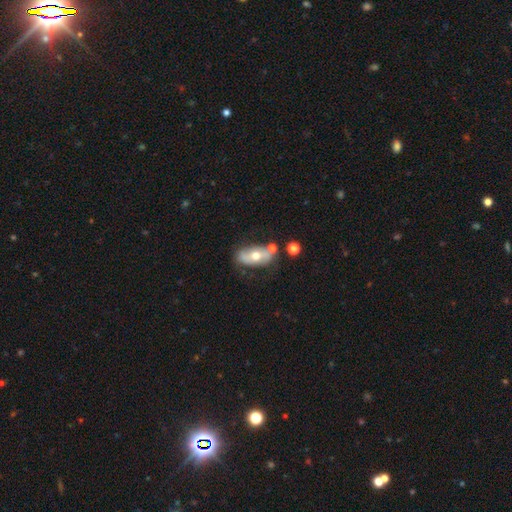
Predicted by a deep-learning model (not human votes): Smooth or featured: smooth — 47% (featured or disk — 45%)
Merging: none — 64% (minor disturbance — 19%)